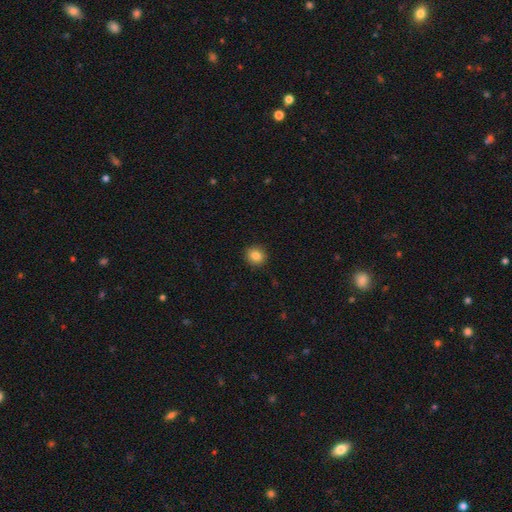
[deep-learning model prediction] The model was most divided on "how rounded": round: 86%, in between: 13%, cigar-shaped: 1%. More confident: merging — none (91%); smooth or featured — smooth (84%).